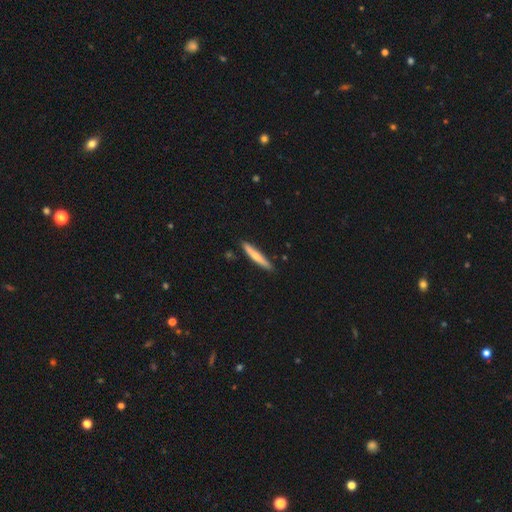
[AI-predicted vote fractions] The model was most divided on "smooth or featured": smooth: 60%, featured or disk: 35%, star or artifact: 5%. More confident: how rounded — cigar-shaped (94%); merging — none (87%).